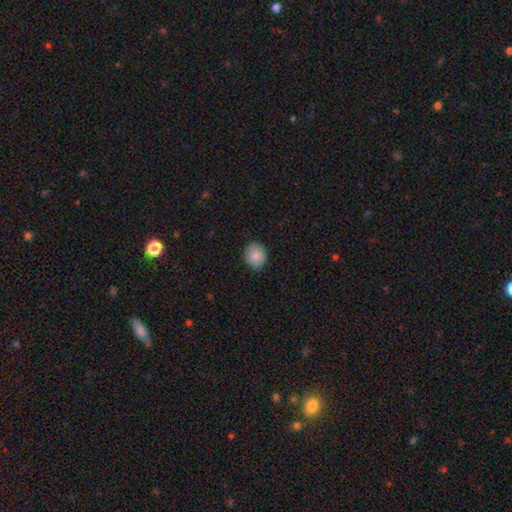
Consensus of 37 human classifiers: This is clearly a smooth galaxy (81%). How rounded: likely round (77%). Merging: clearly none (83%).